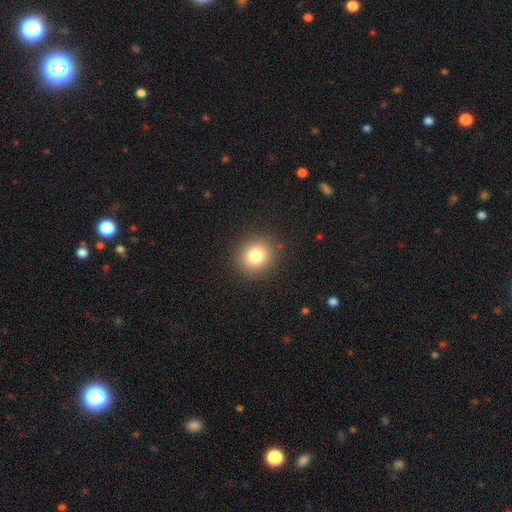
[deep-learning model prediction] A smooth galaxy with no disk features (80%) that is round (85%).

Vote fractions:
- Smooth or featured? smooth: 80% / star or artifact: 12% / featured or disk: 8%
- How rounded? round: 85% / in between: 14% / cigar-shaped: 1%
- Merging? none: 90% / minor disturbance: 7% / major disturbance: 2% / merger: 1%